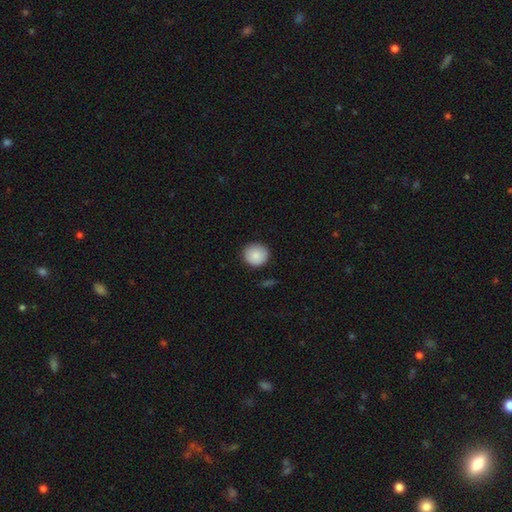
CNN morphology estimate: smooth_or_featured: smooth (p=0.87) [alt: star or artifact p=0.07]
how_rounded: round (p=0.91) [alt: in between p=0.08]
merging: none (p=0.88) [alt: minor disturbance p=0.09]